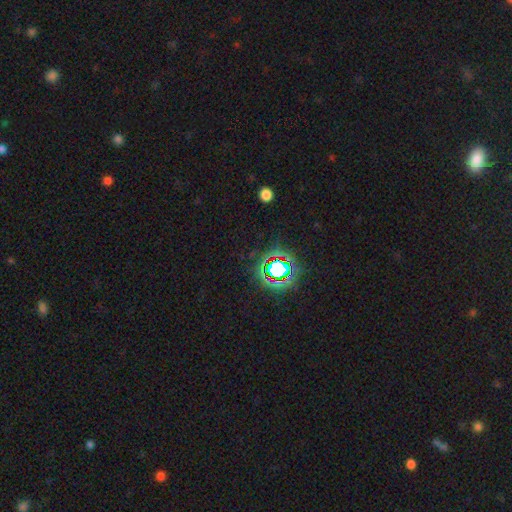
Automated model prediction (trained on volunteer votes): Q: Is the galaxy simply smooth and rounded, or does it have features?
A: star or artifact — 79%.